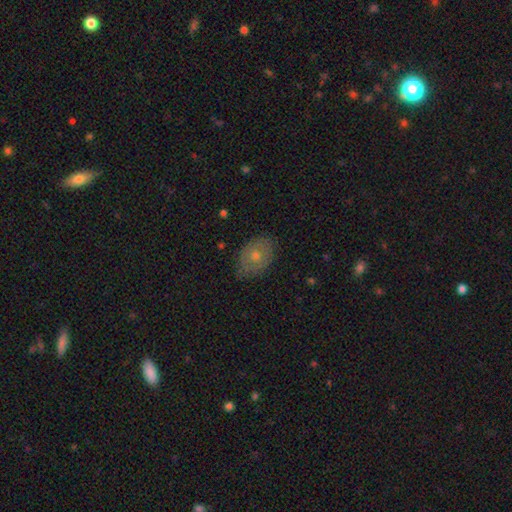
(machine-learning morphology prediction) Overall: smooth (58%; featured or disk 31%). How rounded: in between (77%). Merging: none (77%).